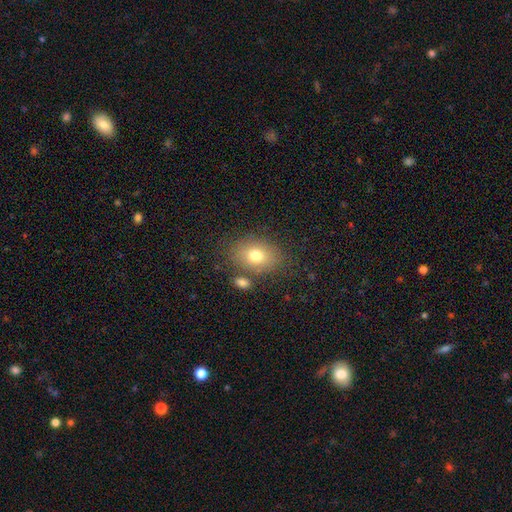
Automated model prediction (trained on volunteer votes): A smooth galaxy with no disk features (75%) that is in between round and cigar-shaped (70%). Merging: none (74%).